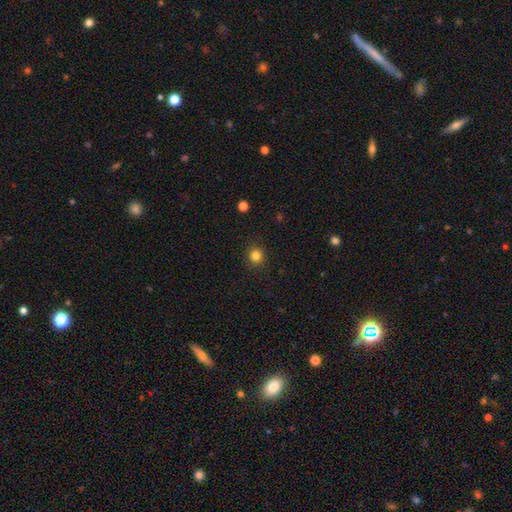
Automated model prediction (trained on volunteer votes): smooth_or_featured: smooth (p=0.82) [alt: star or artifact p=0.13]
how_rounded: round (p=0.91) [alt: in between p=0.08]
merging: none (p=0.91) [alt: minor disturbance p=0.06]